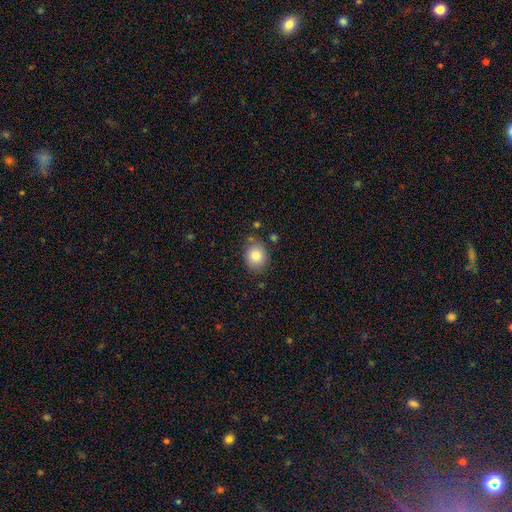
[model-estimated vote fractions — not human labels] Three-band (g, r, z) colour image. It shows a smooth galaxy with no disk features (82%) that is round (69%). Merging: none (77%).